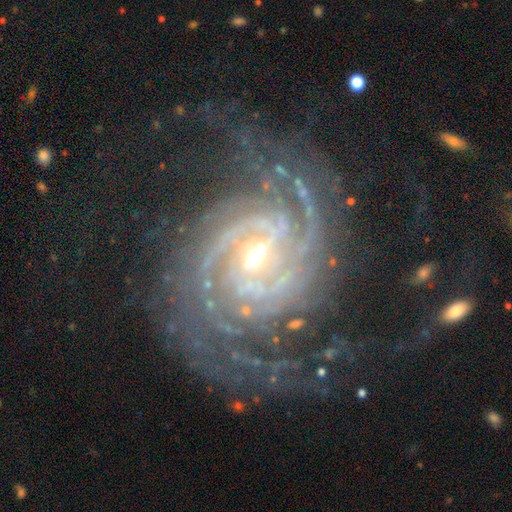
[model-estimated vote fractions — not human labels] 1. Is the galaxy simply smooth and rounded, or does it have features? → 92% featured or disk, 5% star or artifact, 3% smooth.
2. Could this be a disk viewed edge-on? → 97% no, 3% yes.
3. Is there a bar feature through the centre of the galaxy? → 47% weak, 29% strong, 24% no.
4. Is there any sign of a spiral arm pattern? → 99% yes, 1% no.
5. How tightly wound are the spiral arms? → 65% tight, 29% medium, 6% loose.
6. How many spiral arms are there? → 30% 2, 17% 3, 16% can't tell, 16% 4, 11% more than 4, 9% 1.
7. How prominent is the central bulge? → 54% small, 42% moderate, 2% large, 1% none, 1% dominant.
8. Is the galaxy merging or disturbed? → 67% none, 16% minor disturbance, 15% major disturbance, 2% merger.